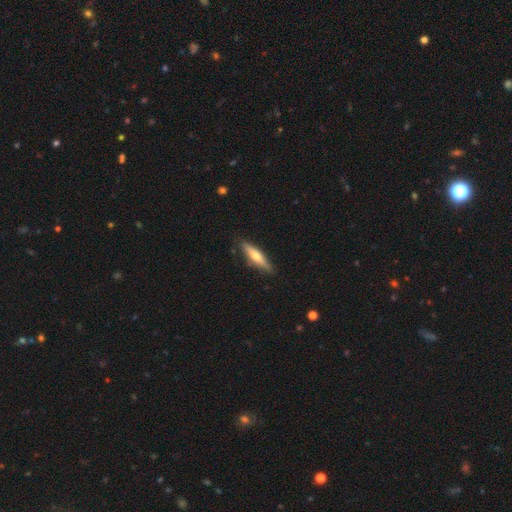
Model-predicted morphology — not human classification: Smooth or featured? smooth (51%)
How rounded? cigar-shaped (78%)
Merging? none (84%)